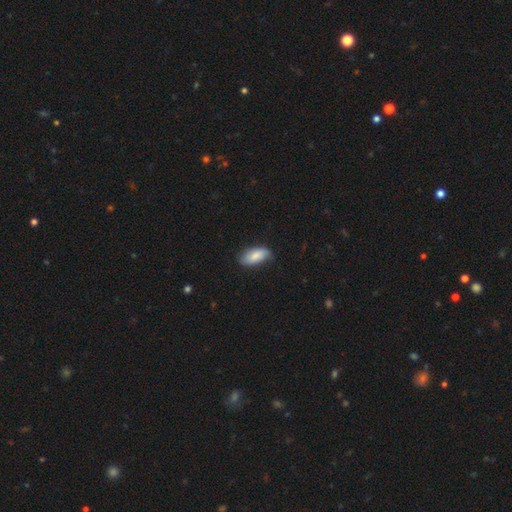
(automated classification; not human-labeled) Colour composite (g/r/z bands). It shows a smooth galaxy with no disk features (80%) that is in between round and cigar-shaped (90%). Merging: none (69%).